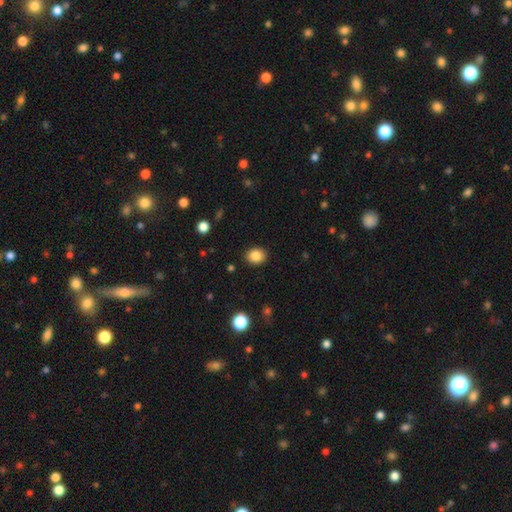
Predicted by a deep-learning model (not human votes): The model was most divided on "how rounded": round: 64%, in between: 35%, cigar-shaped: 1%. More confident: merging — none (89%); smooth or featured — smooth (86%).